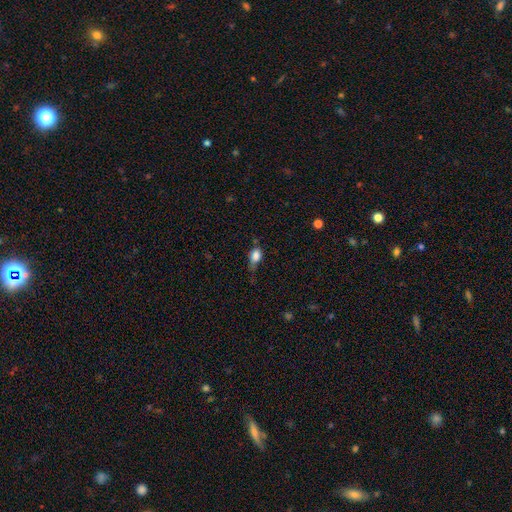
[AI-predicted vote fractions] A smooth galaxy with no disk features (82%) that is in between round and cigar-shaped (78%). Merging: minor disturbance (39%).